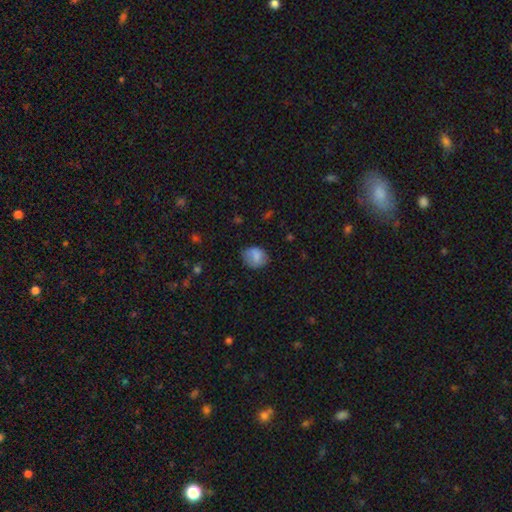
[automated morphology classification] Overall: smooth (77%). How rounded: round (59%; in between 40%). Merging: none (69%).